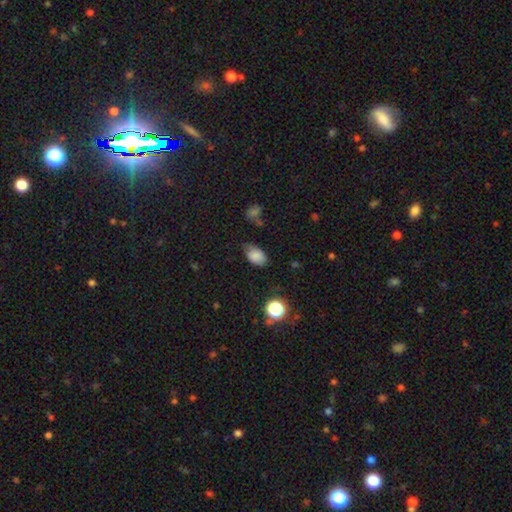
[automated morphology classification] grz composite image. It shows a smooth galaxy with no disk features (83%) that is in between round and cigar-shaped (87%). Merging: none (66%).